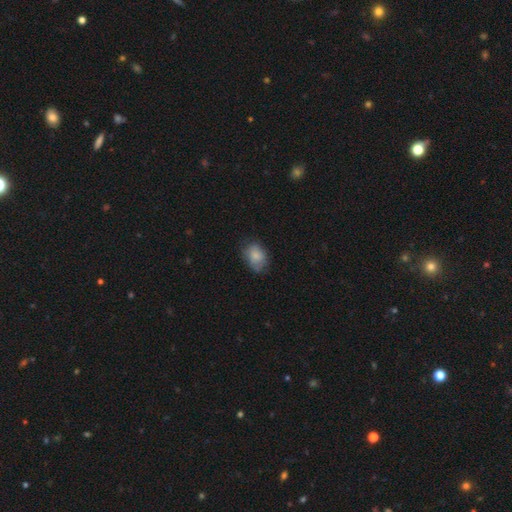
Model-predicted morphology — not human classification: A smooth galaxy with no disk features (82%) that is in between round and cigar-shaped (74%).

Vote fractions:
- Smooth or featured? smooth: 82% / featured or disk: 11% / star or artifact: 8%
- How rounded? in between: 74% / round: 25% / cigar-shaped: 1%
- Merging? none: 69% / minor disturbance: 24% / major disturbance: 6% / merger: 1%